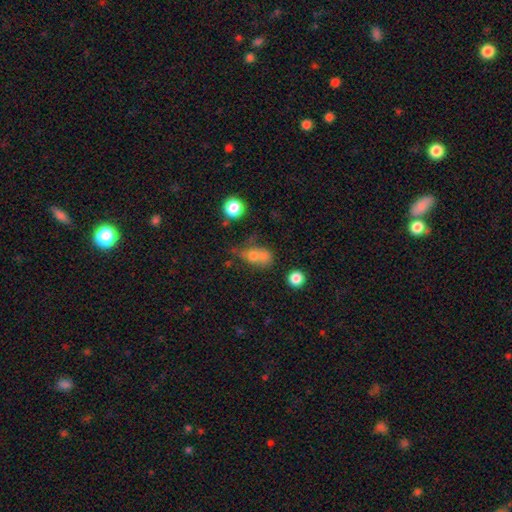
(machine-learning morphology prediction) smooth 68%, featured or disk 18%, star or artifact 14%. Down the decision tree: how rounded — in between (58%); merging — merger (41%).